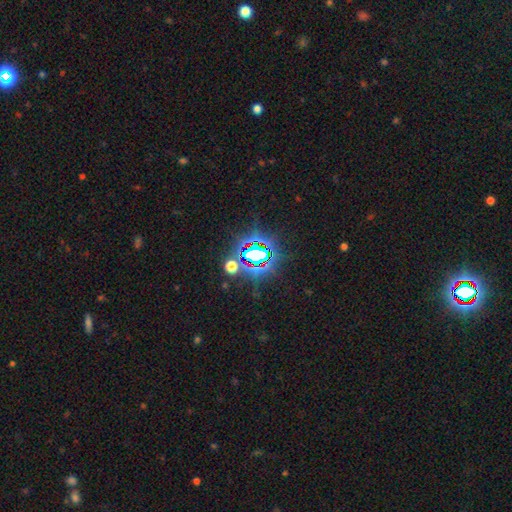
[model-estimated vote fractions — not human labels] Smooth or featured? star or artifact (77%)